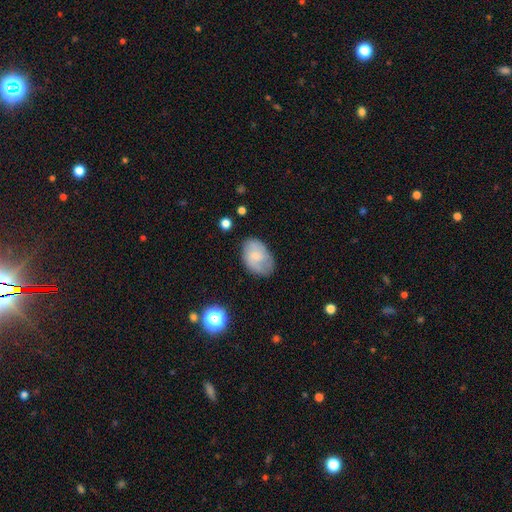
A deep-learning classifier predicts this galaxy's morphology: smooth 62%, featured or disk 30%, star or artifact 8%. Down the decision tree: how rounded — in between (86%); merging — none (68%).